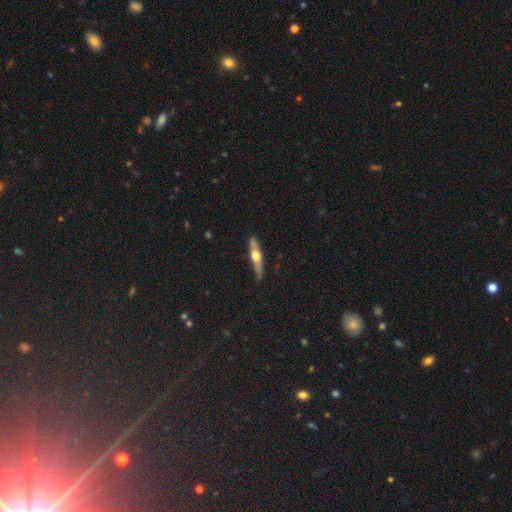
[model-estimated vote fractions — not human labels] featured or disk 62%, smooth 32%, star or artifact 5%. Down the decision tree: edge-on disk — yes (93%); edge-on bulge — rounded (93%); merging — none (81%).